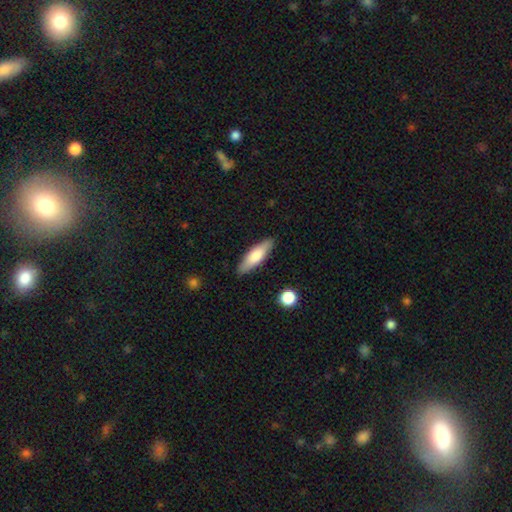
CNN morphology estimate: Smooth or featured?
  - smooth: 71% *
  - featured or disk: 23%
  - star or artifact: 6%
How rounded?
  - cigar-shaped: 52% *
  - in between: 46%
  - round: 2%
Merging?
  - none: 88% *
  - minor disturbance: 9%
  - major disturbance: 2%
  - merger: 1%